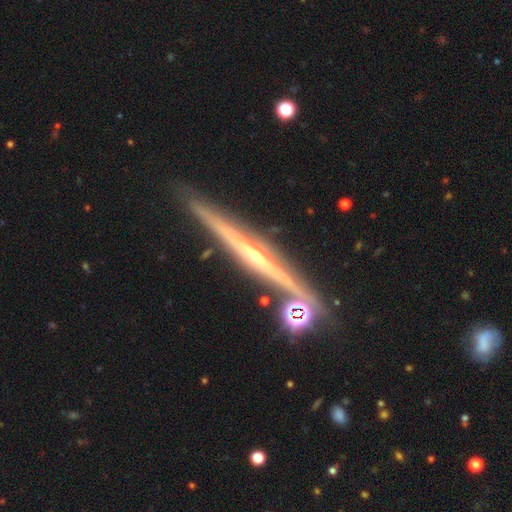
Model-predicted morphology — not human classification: A featured or disk galaxy (86%) viewed edge-on (97%) with a rounded central bulge (76%). Merging: none (80%).